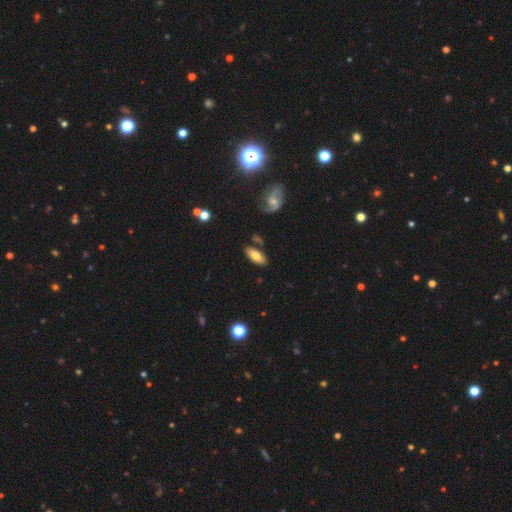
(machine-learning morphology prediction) This is likely a smooth galaxy (72%). How rounded: clearly in between (85%). Merging: likely none (76%).